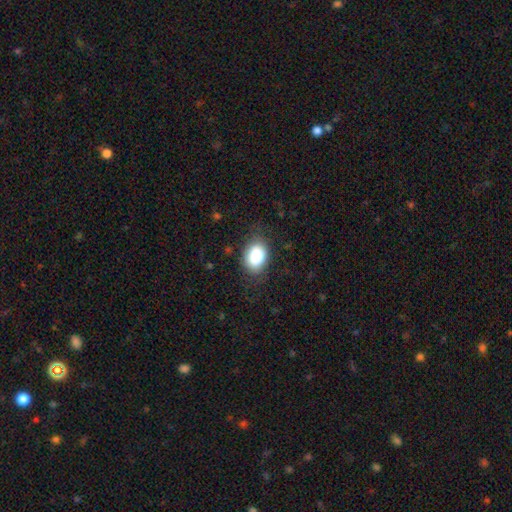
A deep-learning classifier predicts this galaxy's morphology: Smooth or featured?
  - smooth: 87% *
  - star or artifact: 7%
  - featured or disk: 6%
How rounded?
  - in between: 78% *
  - round: 21%
  - cigar-shaped: 1%
Merging?
  - none: 77% *
  - minor disturbance: 16%
  - major disturbance: 6%
  - merger: 1%